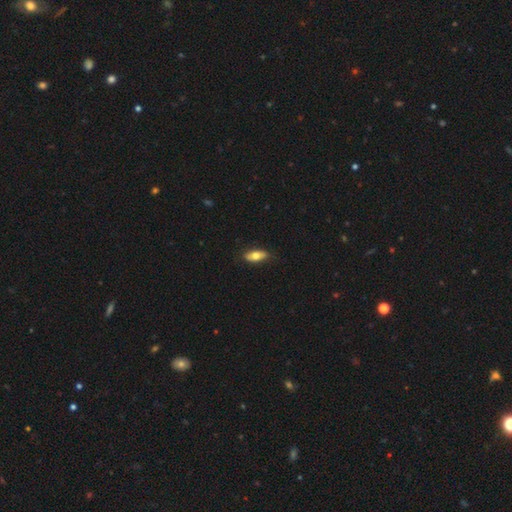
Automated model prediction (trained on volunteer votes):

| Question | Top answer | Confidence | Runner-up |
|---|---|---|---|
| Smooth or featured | smooth | 71% | featured or disk (23%) |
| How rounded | in between | 78% | cigar-shaped (19%) |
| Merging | none | 84% | minor disturbance (13%) |